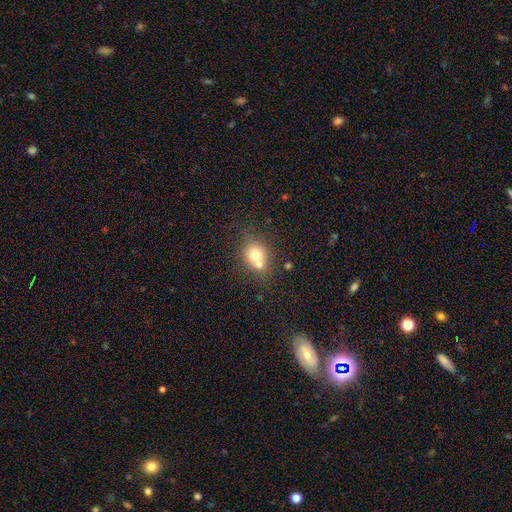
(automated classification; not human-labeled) The model was most divided on "merging": merger: 47%, none: 40%, minor disturbance: 9%, major disturbance: 4%. More confident: how rounded — round (71%); smooth or featured — smooth (70%).